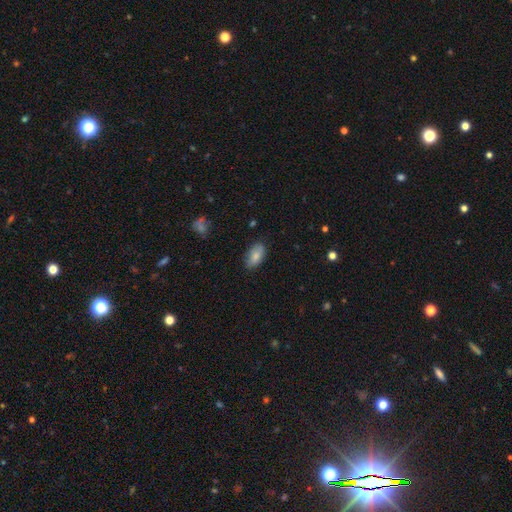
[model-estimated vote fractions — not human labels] Morphology: type=smooth (82%); roundness=in between (92%); merging=none (81%).